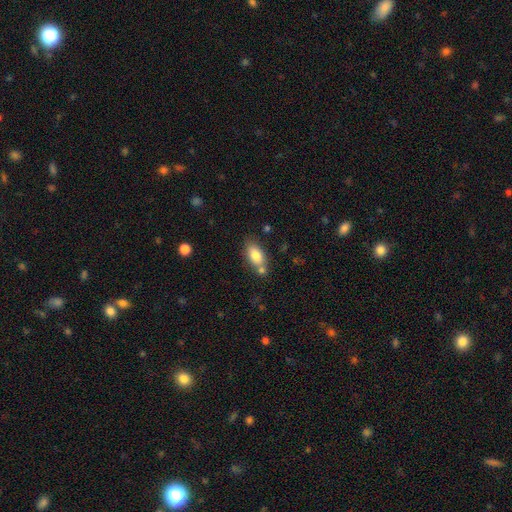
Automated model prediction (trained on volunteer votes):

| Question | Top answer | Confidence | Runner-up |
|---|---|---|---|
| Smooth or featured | smooth | 80% | featured or disk (12%) |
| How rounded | in between | 88% | cigar-shaped (6%) |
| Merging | none | 61% | merger (21%) |